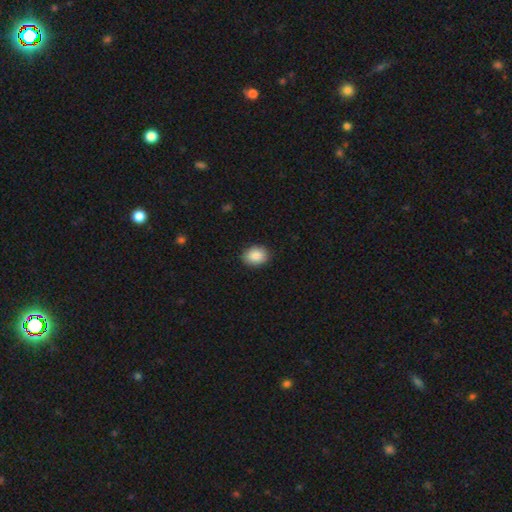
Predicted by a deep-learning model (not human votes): smooth 89%, star or artifact 7%, featured or disk 4%. Down the decision tree: how rounded — in between (69%); merging — none (88%).